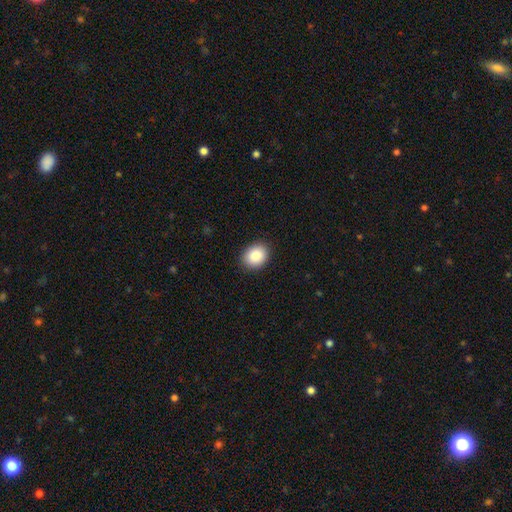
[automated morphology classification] Smooth or featured: smooth — 89% (star or artifact — 8%)
How rounded: in between — 52% (round — 48%)
Merging: none — 89% (minor disturbance — 8%)